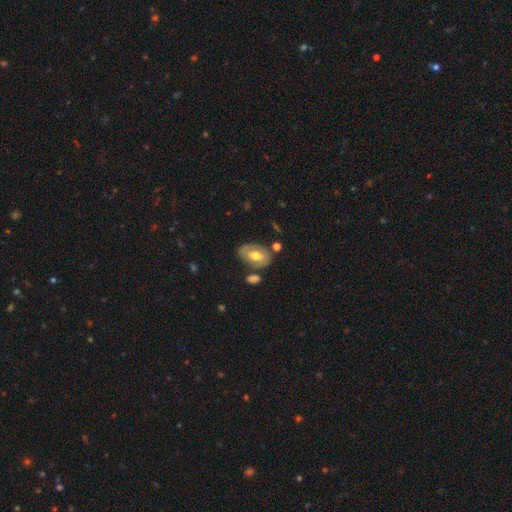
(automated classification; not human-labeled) Q: Smooth or featured?
A: featured or disk (47%); tied with: smooth (47%)
Q: Merging?
A: none (64%); runner-up: minor disturbance (19%)